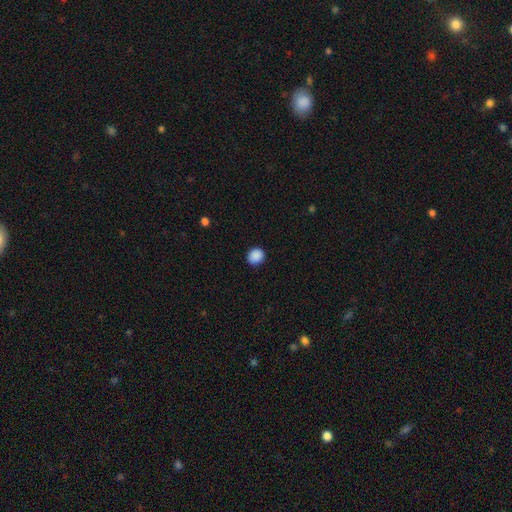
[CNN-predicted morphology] type=smooth (89%); roundness=round (79%); merging=none (90%).